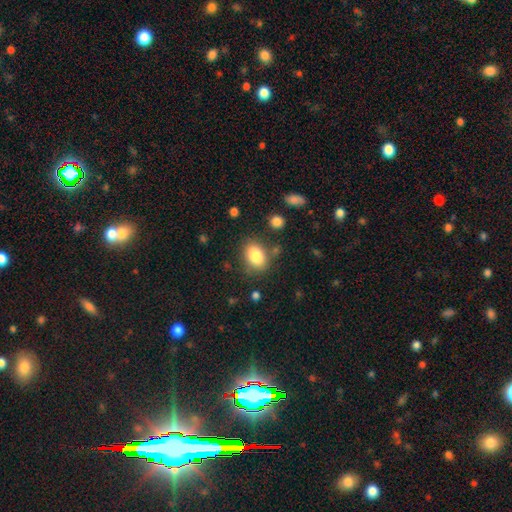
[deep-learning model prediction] Smooth or featured? smooth (84%)
How rounded? in between (79%)
Merging? none (78%)